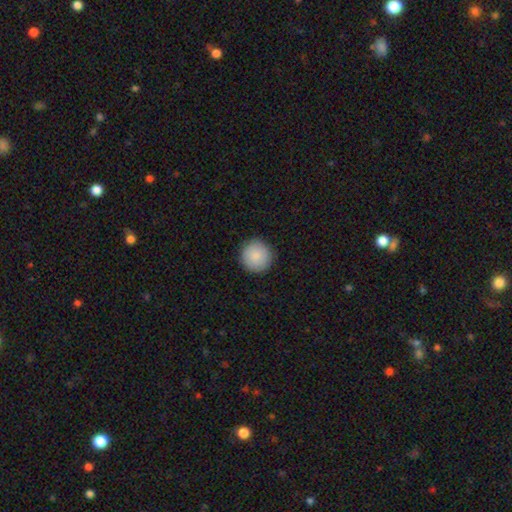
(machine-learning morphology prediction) This appears to be a smooth galaxy with no disk features (88%) that is round (95%). Merging: none (91%).